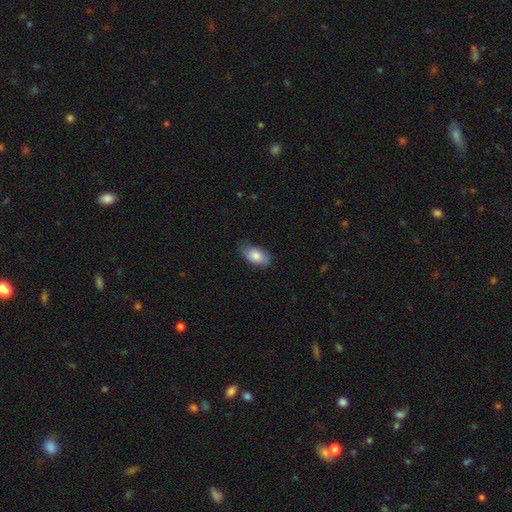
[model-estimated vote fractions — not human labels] Overall: smooth (83%). How rounded: in between (92%). Merging: none (68%).